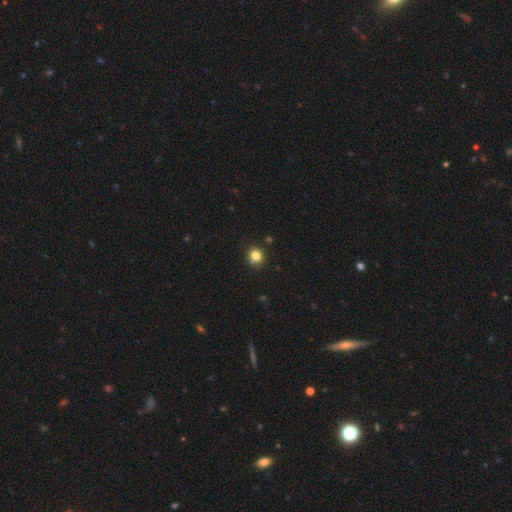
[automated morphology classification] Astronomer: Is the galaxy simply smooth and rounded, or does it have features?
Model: smooth — 80%.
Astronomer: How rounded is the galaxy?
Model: round — 78%.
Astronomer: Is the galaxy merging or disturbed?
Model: none — 77%.